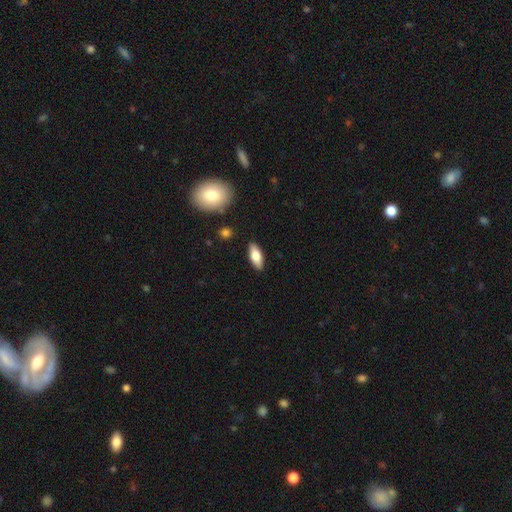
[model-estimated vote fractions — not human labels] The model was most divided on "how rounded": in between: 76%, cigar-shaped: 22%, round: 2%. More confident: merging — none (88%); smooth or featured — smooth (77%).